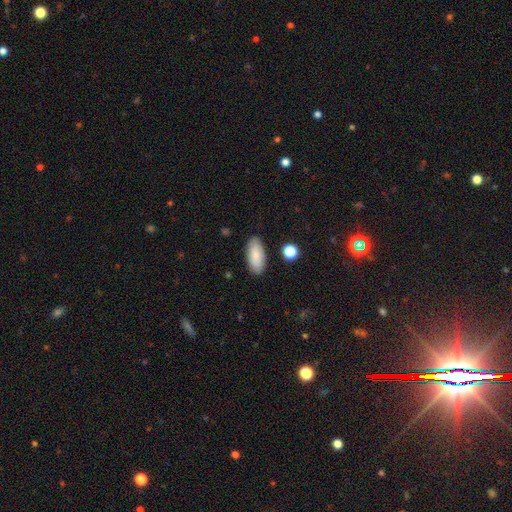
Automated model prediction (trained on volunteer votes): A smooth galaxy with no disk features (85%) that is in between round and cigar-shaped (89%).

Vote fractions:
- Smooth or featured? smooth: 85% / featured or disk: 9% / star or artifact: 6%
- How rounded? in between: 89% / cigar-shaped: 9% / round: 2%
- Merging? none: 87% / minor disturbance: 9% / major disturbance: 2% / merger: 2%